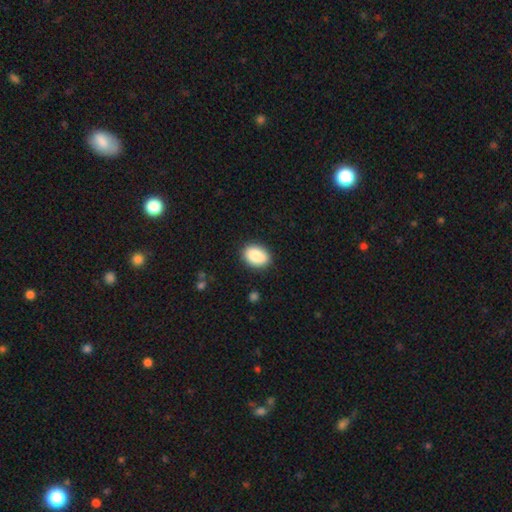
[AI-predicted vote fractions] Smooth or featured: smooth — 88% (star or artifact — 7%)
How rounded: in between — 73% (round — 26%)
Merging: none — 87% (minor disturbance — 10%)